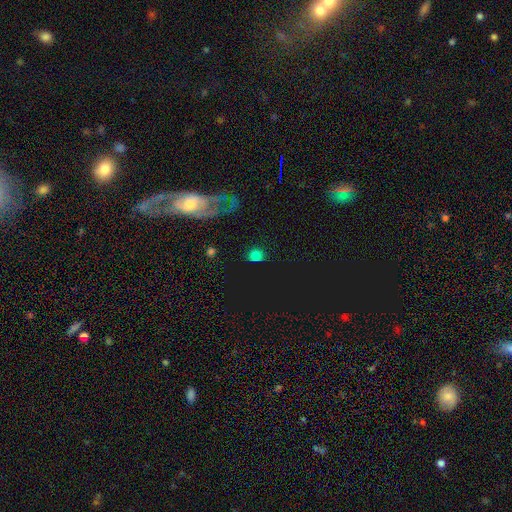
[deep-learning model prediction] Morphology: type=smooth (63%); roundness=round (72%); merging=none (79%).